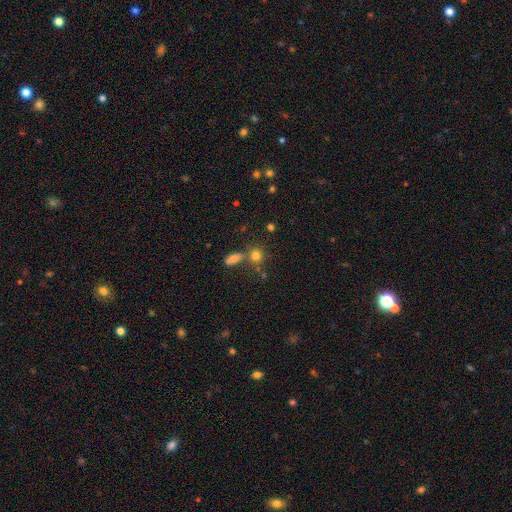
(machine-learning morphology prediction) This appears to be a smooth galaxy with no disk features (76%) that is round (74%). Merging: none (58%).